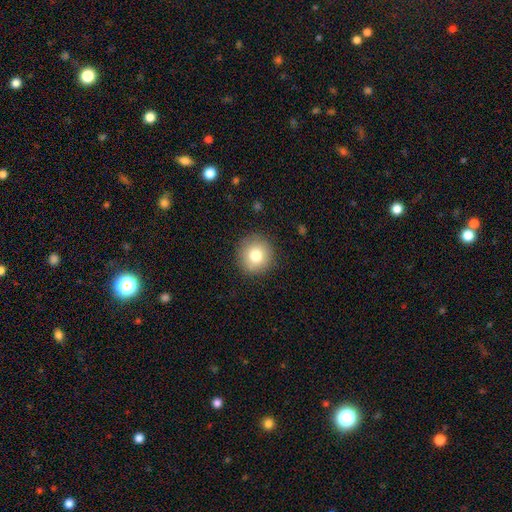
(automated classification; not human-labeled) Smooth or featured? smooth (79%)
How rounded? round (93%)
Merging? none (89%)